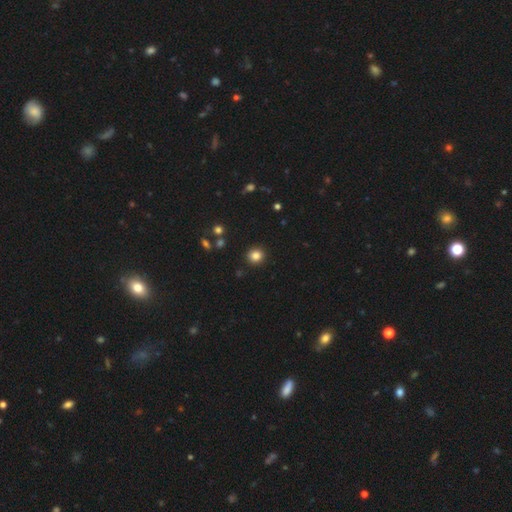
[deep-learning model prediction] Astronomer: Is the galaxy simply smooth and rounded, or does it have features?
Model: smooth — 84%.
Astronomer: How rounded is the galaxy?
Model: round — 89%.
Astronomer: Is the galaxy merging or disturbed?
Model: none — 91%.